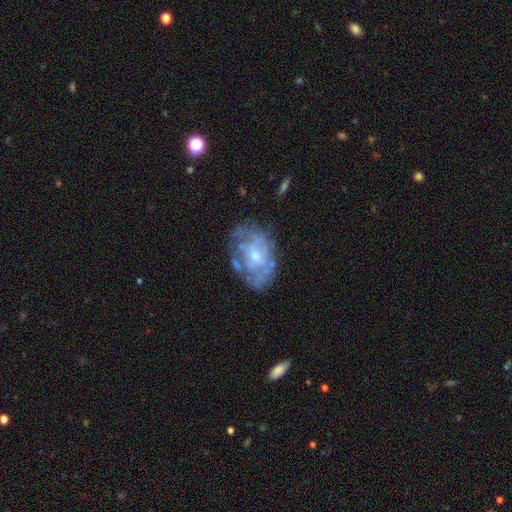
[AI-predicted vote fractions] This is likely a featured or disk galaxy (73%). It is clearly not viewed edge-on (96%). Bar: likely no (74%). Spiral arm pattern: likely yes (63%). Central bulge: possibly small (50%). Merging: likely none (62%).